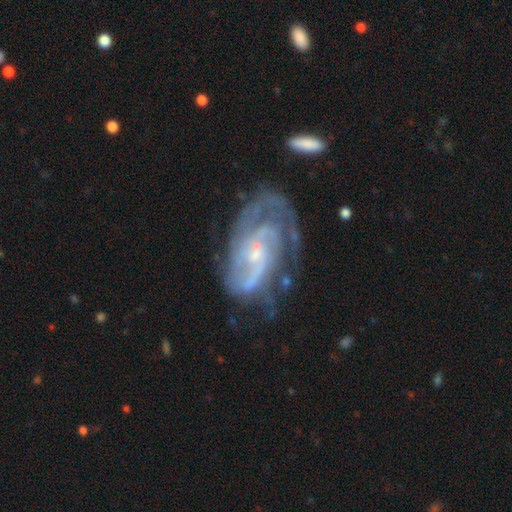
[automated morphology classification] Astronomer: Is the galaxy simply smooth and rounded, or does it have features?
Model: featured or disk — 87%.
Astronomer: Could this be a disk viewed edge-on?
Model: no — 96%.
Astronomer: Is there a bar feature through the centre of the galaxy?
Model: no — 52% (runner-up: weak, 38%).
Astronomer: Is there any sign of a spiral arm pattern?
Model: yes — 94%.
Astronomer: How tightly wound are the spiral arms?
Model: tight — 46% (runner-up: medium, 40%).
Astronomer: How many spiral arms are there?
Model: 2 — 37% (runner-up: can't tell, 28%).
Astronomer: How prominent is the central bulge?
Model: small — 71%.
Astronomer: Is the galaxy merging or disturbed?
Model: none — 53%.